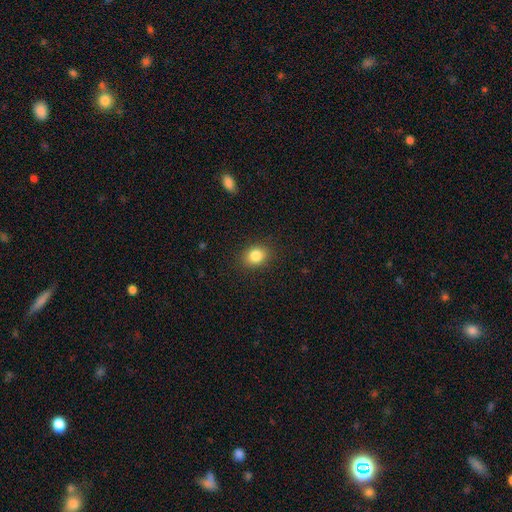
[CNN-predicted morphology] A smooth galaxy with no disk features (84%) that is round (54%). Merging: none (88%).